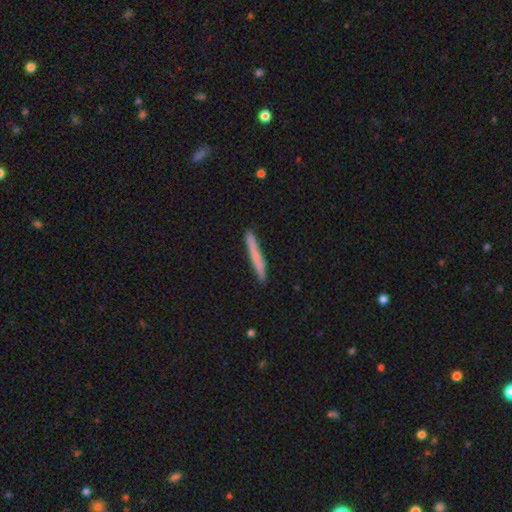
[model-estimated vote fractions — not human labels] Overall: smooth (69%). How rounded: cigar-shaped (97%). Merging: none (91%).